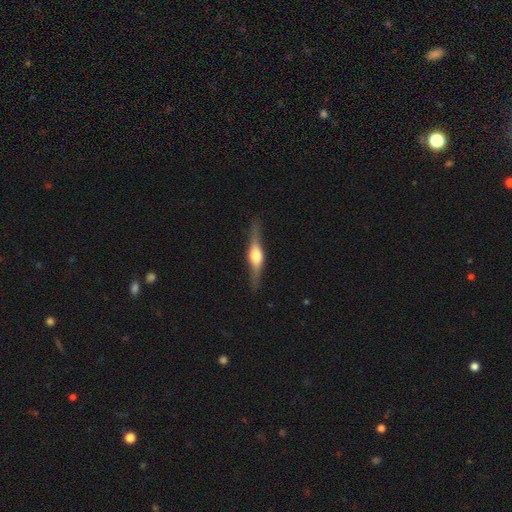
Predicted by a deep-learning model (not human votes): This is likely a featured or disk galaxy (76%). It is clearly viewed edge-on (97%). Edge-on bulge: clearly rounded (91%). Merging: clearly none (86%).